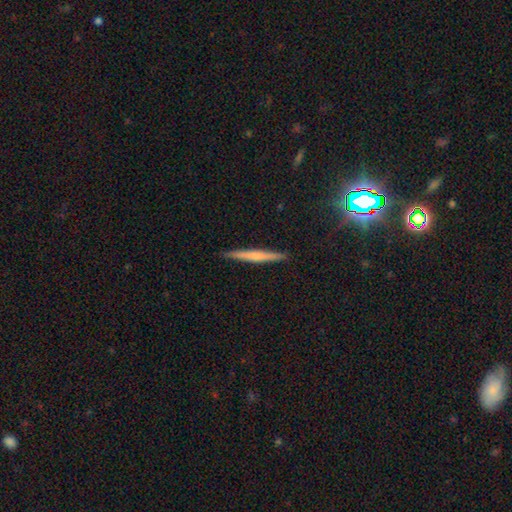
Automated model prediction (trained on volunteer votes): smooth 51%, featured or disk 42%, star or artifact 7%. Down the decision tree: how rounded — cigar-shaped (96%); merging — none (91%).